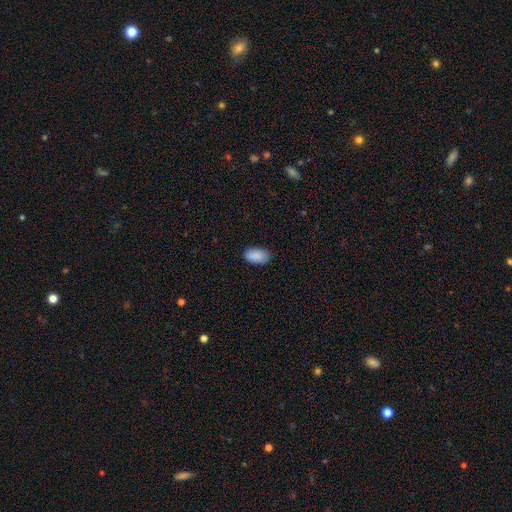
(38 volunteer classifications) Overall: smooth (89%). How rounded: in between (100%). Merging: none (94%).